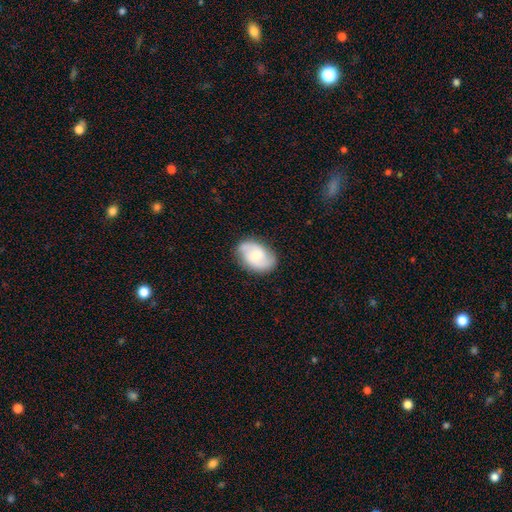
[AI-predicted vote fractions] Q: Smooth or featured?
A: featured or disk (64%); runner-up: smooth (30%)
Q: Edge-on disk?
A: no (97%); runner-up: yes (3%)
Q: Bar?
A: weak (46%); tied with: no (46%)
Q: Spiral arms?
A: yes (92%); runner-up: no (8%)
Q: Spiral winding?
A: medium (48%); runner-up: loose (30%)
Q: Spiral arm count?
A: 2 (88%); runner-up: can't tell (7%)
Q: Bulge size?
A: moderate (43%); tied with: small (43%)
Q: Merging?
A: none (79%); runner-up: minor disturbance (16%)